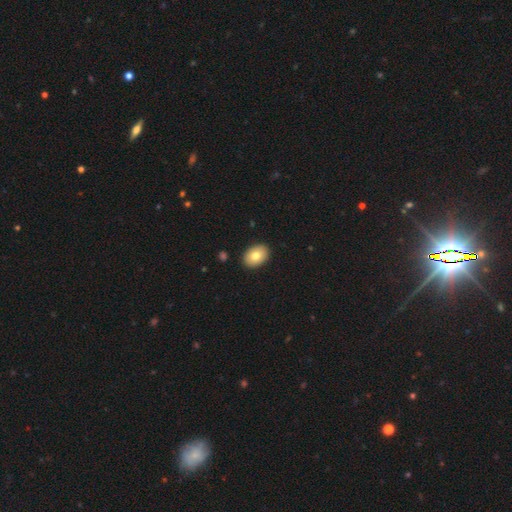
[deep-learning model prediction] Smooth or featured?
  - smooth: 79% *
  - featured or disk: 14%
  - star or artifact: 7%
How rounded?
  - in between: 82% *
  - round: 17%
  - cigar-shaped: 1%
Merging?
  - none: 90% *
  - minor disturbance: 7%
  - major disturbance: 2%
  - merger: 1%